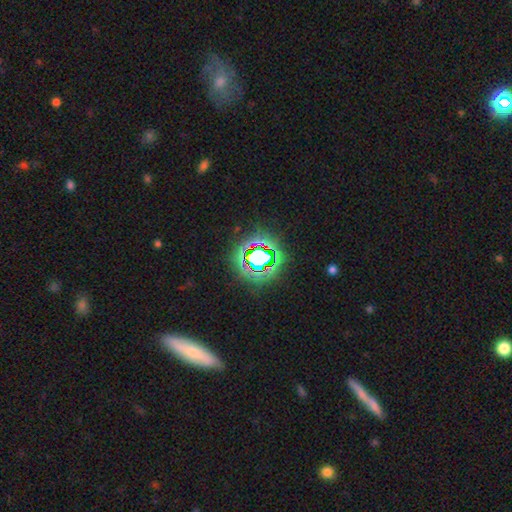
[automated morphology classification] type=star or artifact (72%).